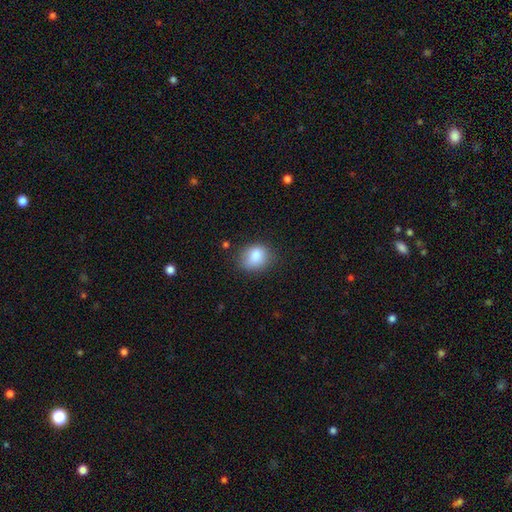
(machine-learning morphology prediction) A smooth galaxy with no disk features (84%) that is round (58%).

Vote fractions:
- Smooth or featured? smooth: 84% / star or artifact: 9% / featured or disk: 7%
- How rounded? round: 58% / in between: 41% / cigar-shaped: 1%
- Merging? none: 73% / minor disturbance: 20% / major disturbance: 5% / merger: 2%